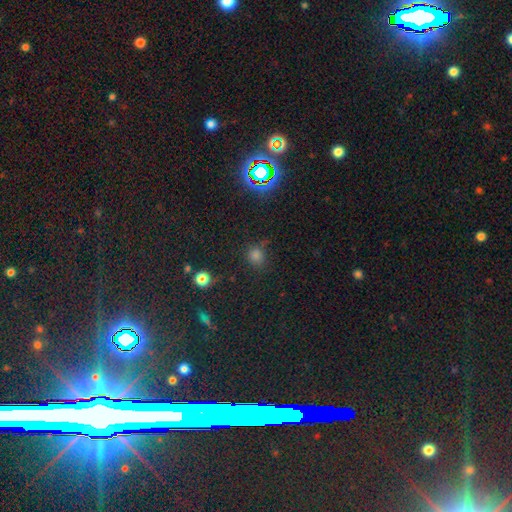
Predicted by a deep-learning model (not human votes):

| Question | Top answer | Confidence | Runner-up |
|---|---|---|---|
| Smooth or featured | smooth | 62% | star or artifact (32%) |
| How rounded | round | 86% | in between (12%) |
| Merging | none | 75% | minor disturbance (15%) |